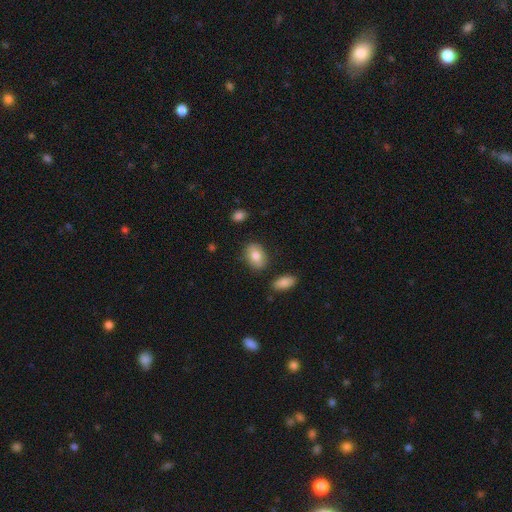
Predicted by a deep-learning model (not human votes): This appears to be a smooth galaxy with no disk features (79%) that is in between round and cigar-shaped (82%). Merging: none (82%).